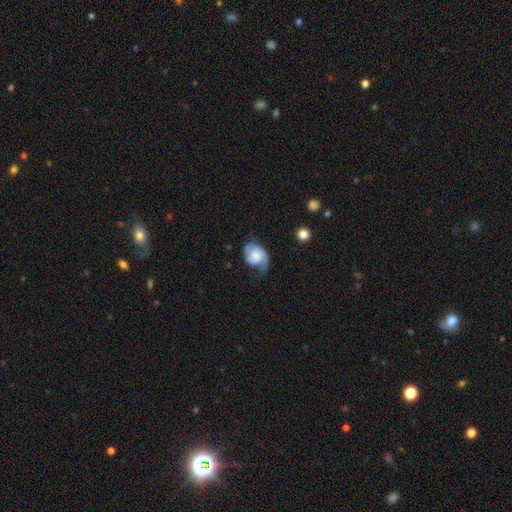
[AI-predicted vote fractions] smooth-or-featured: featured or disk: 66% | smooth: 27% | star or artifact: 7%
  disk-edge-on: no: 98% | yes: 2%
    bar: no: 63% | weak: 31% | strong: 6%
    has-spiral-arms: yes: 92% | no: 8%
      spiral-winding: medium: 42% | tight: 34% | loose: 24%
      spiral-arm-count: 2: 64% | 1: 25% | can't tell: 7% | 3: 2% | 4: 1% | more than 4: 1%
    bulge-size: moderate: 28% | small: 23% | none: 23% | large: 22% | dominant: 5%
  merging: none: 45% | minor disturbance: 30% | major disturbance: 22% | merger: 2%